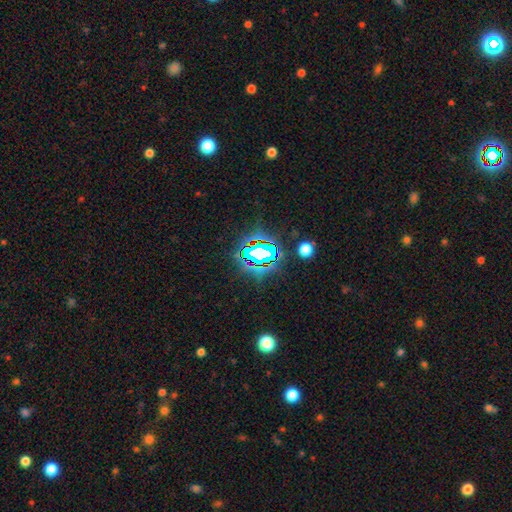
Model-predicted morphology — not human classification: Smooth or featured? star or artifact (71%)